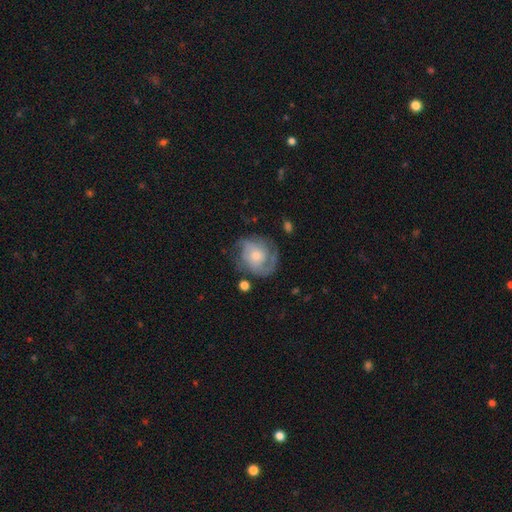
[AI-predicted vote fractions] Smooth or featured? featured or disk (72%)
Edge-on disk? no (97%)
Bar? no (75%)
Spiral arms? yes (89%)
Spiral winding? medium (41%)
Spiral arm count? 2 (49%)
Bulge size? small (52%)
Merging? none (61%)